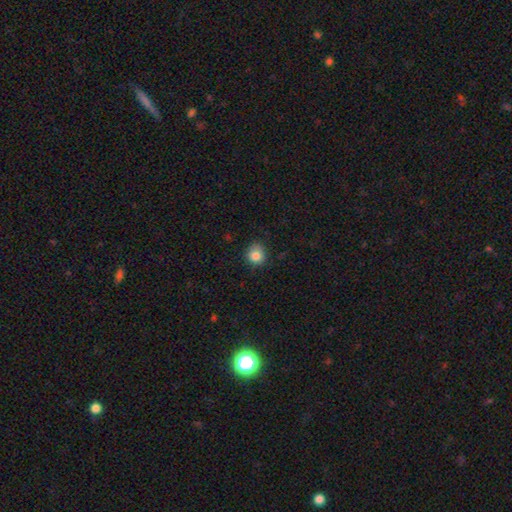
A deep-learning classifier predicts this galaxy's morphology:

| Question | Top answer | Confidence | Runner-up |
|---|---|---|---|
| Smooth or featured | smooth | 83% | star or artifact (11%) |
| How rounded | round | 82% | in between (18%) |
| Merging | none | 73% | minor disturbance (21%) |